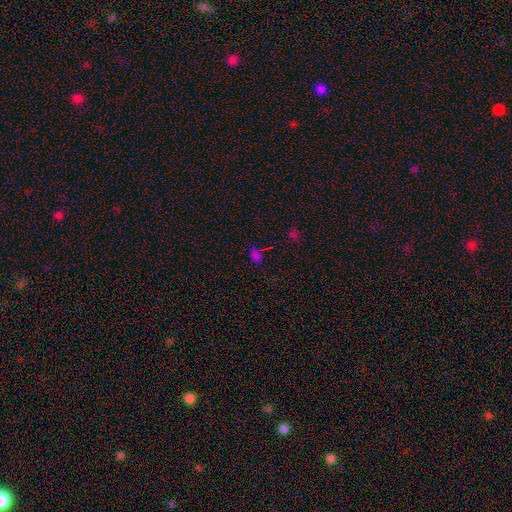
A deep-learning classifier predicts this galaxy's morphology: smooth 58%, star or artifact 36%, featured or disk 6%. Down the decision tree: how rounded — in between (81%); merging — none (71%).